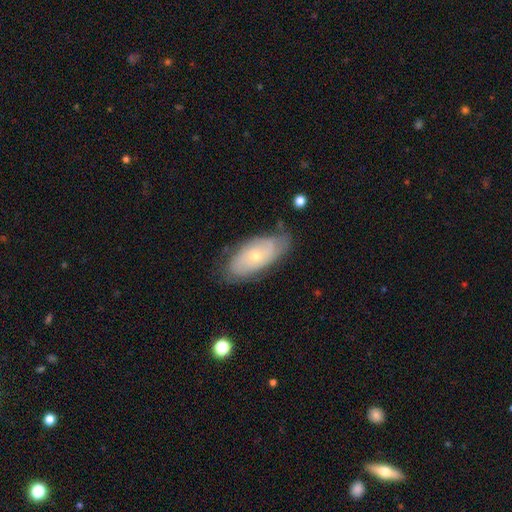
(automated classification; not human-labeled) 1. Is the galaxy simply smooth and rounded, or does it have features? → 56% featured or disk, 37% smooth, 7% star or artifact.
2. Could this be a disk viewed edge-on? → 87% no, 13% yes.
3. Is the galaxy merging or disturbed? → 70% none, 23% minor disturbance, 5% major disturbance, 2% merger.